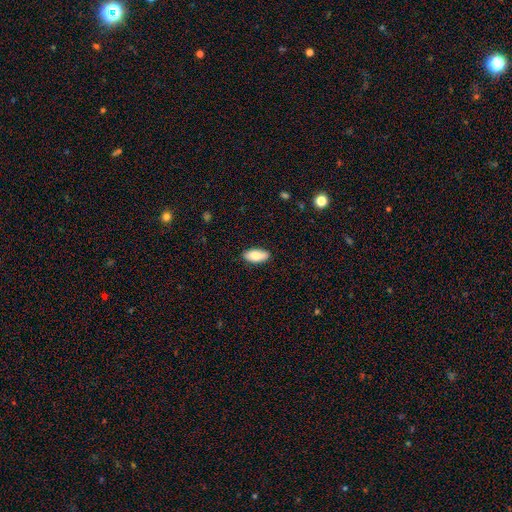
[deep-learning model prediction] This appears to be a smooth galaxy with no disk features (81%) that is in between round and cigar-shaped (91%). Merging: none (88%).